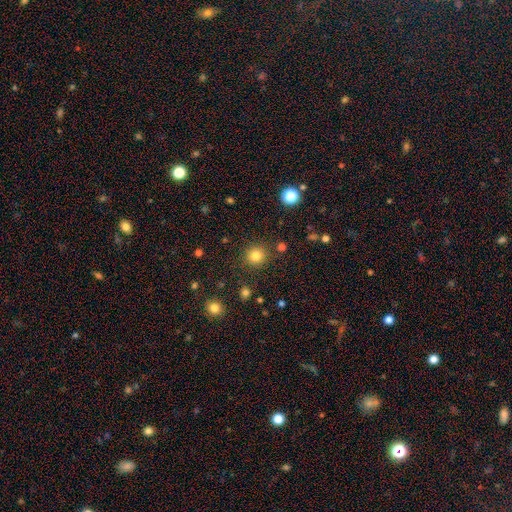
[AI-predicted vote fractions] Q: Smooth or featured?
A: smooth (82%); runner-up: star or artifact (13%)
Q: How rounded?
A: round (93%); runner-up: in between (6%)
Q: Merging?
A: none (88%); runner-up: minor disturbance (6%)